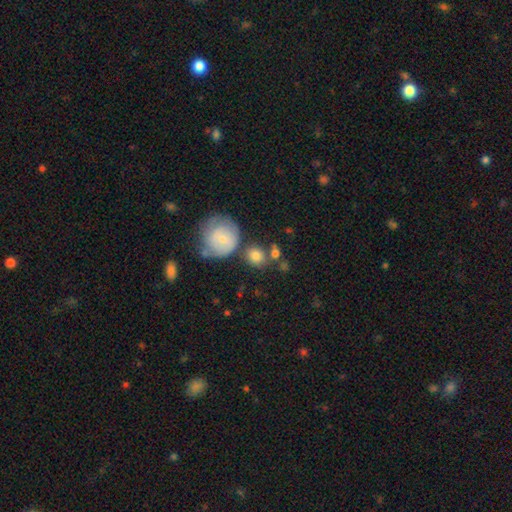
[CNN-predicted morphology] A smooth galaxy with no disk features (76%) that is round (81%).

Vote fractions:
- Smooth or featured? smooth: 76% / featured or disk: 16% / star or artifact: 8%
- How rounded? round: 81% / in between: 18% / cigar-shaped: 1%
- Merging? none: 63% / merger: 17% / minor disturbance: 15% / major disturbance: 6%